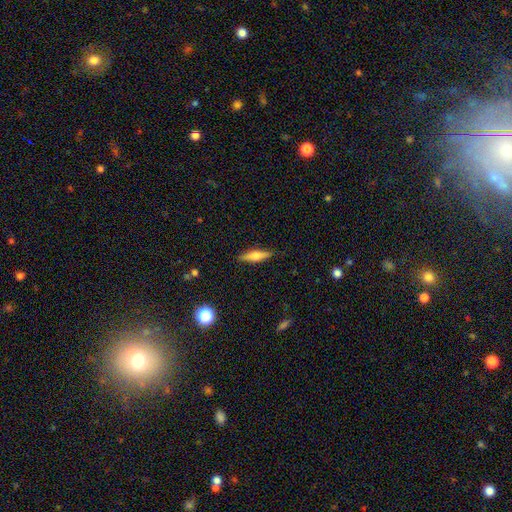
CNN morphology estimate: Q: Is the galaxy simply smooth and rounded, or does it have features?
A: smooth — 49%.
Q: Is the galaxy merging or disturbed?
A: none — 88%.